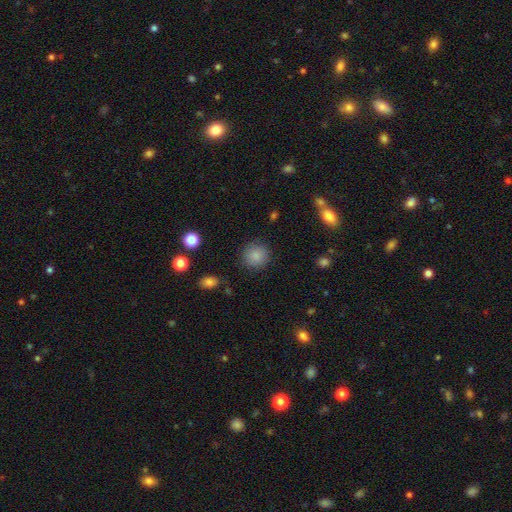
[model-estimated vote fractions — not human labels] Smooth or featured: smooth — 86% (star or artifact — 10%)
How rounded: round — 92% (in between — 8%)
Merging: none — 88% (minor disturbance — 8%)